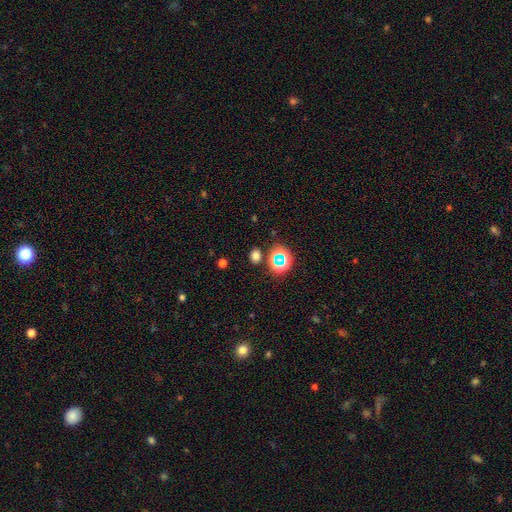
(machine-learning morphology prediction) type=smooth (67%); roundness=round (56%); merging=none (82%).